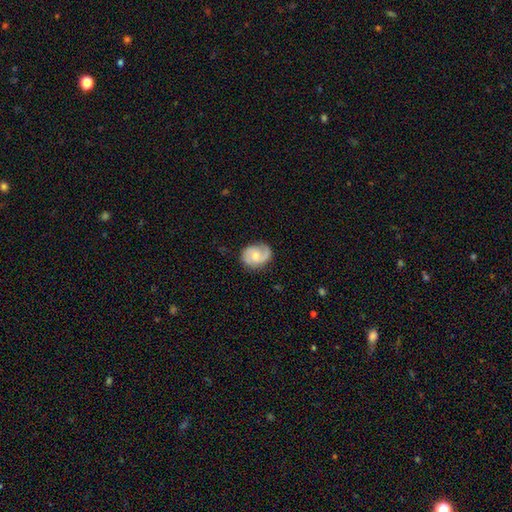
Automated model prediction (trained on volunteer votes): featured or disk 68%, smooth 26%, star or artifact 6%. Down the decision tree: edge-on disk — no (98%); bar — no (56%); spiral arms — yes (93%); spiral arm count — 2 (80%); spiral winding — medium (48%); bulge size — moderate (51%); merging — none (75%).